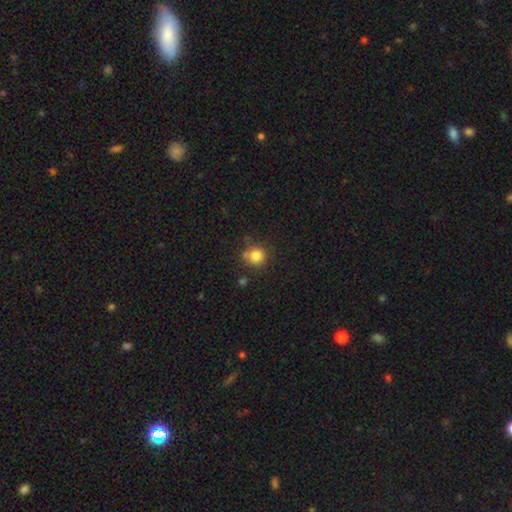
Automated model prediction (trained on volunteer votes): smooth-or-featured: smooth: 82% | star or artifact: 12% | featured or disk: 6%
  how-rounded: round: 90% | in between: 9% | cigar-shaped: 1%
  merging: none: 72% | minor disturbance: 16% | merger: 8% | major disturbance: 4%